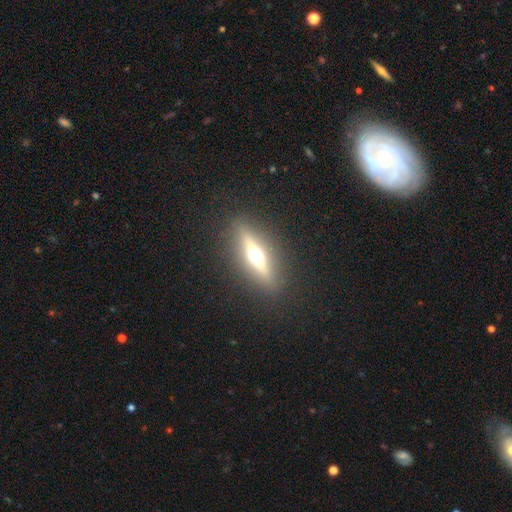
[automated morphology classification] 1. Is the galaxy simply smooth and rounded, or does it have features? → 66% featured or disk, 25% smooth, 9% star or artifact.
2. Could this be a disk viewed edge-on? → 92% yes, 8% no.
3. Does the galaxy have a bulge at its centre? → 96% rounded, 2% boxy, 2% none.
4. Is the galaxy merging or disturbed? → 89% none, 7% minor disturbance, 3% major disturbance, 1% merger.